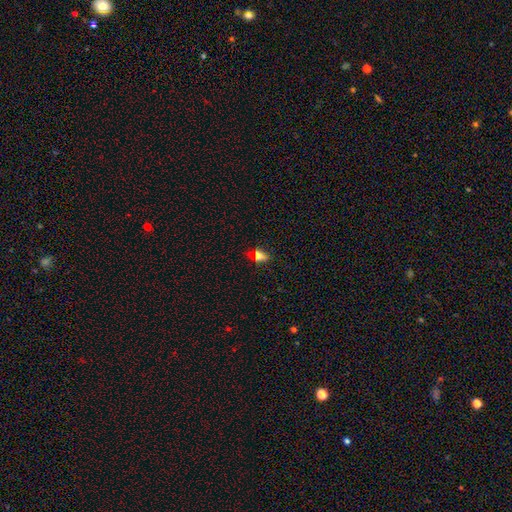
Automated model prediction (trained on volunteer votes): This appears to be a smooth galaxy with no disk features (56%) that is in between round and cigar-shaped (67%). Merging: none (78%).